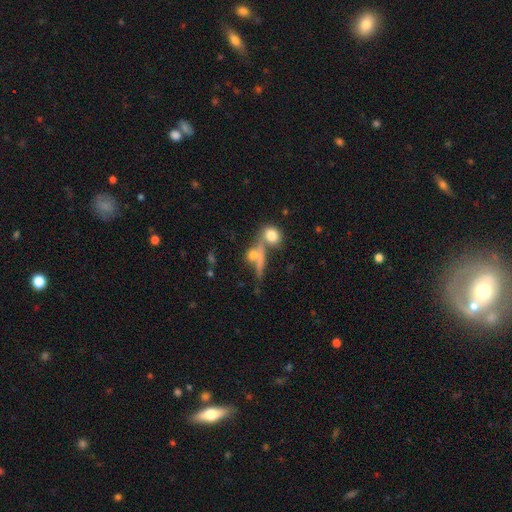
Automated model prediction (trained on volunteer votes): This is possibly a smooth galaxy (55%). How rounded: marginally round (41%). Merging: marginally none (44%).